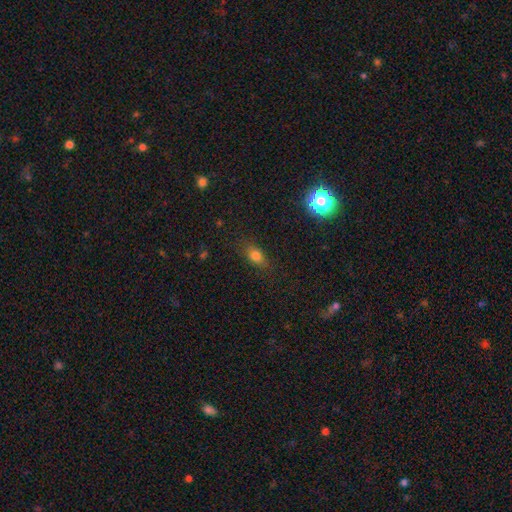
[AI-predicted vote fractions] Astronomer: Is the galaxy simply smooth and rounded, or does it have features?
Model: smooth — 76%.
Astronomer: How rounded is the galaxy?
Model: in between — 76%.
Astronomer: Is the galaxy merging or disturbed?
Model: none — 80%.